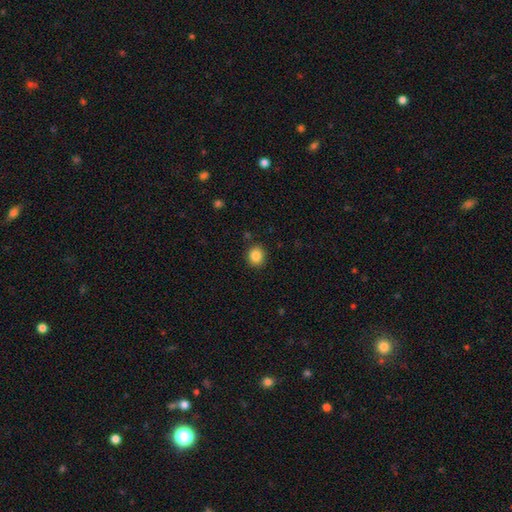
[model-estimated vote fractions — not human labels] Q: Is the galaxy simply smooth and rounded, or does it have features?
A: smooth — 86%.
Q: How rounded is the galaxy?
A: round — 84%.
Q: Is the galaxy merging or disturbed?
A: none — 88%.